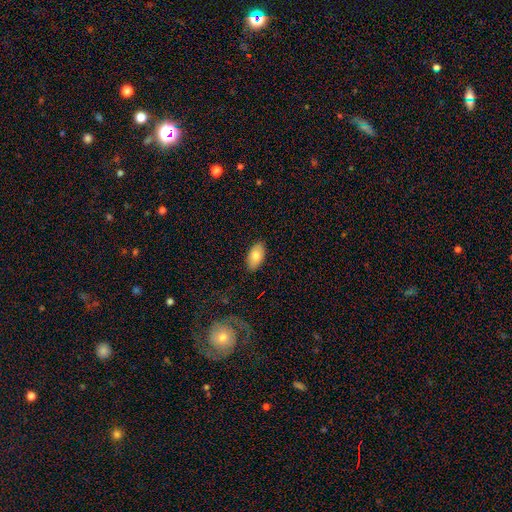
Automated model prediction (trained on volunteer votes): A smooth galaxy with no disk features (80%) that is in between round and cigar-shaped (95%).

Vote fractions:
- Smooth or featured? smooth: 80% / featured or disk: 14% / star or artifact: 7%
- How rounded? in between: 95% / round: 3% / cigar-shaped: 2%
- Merging? none: 88% / minor disturbance: 9% / major disturbance: 2% / merger: 1%